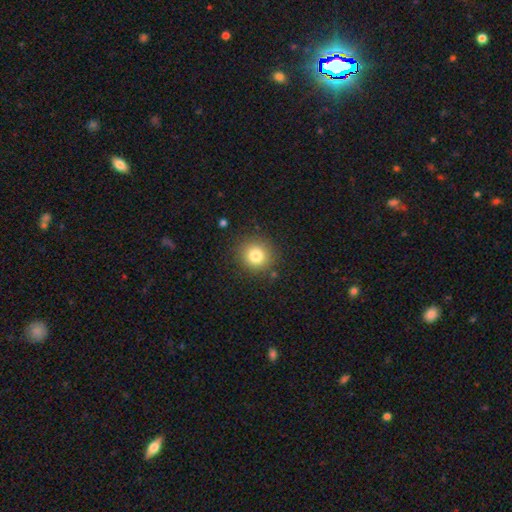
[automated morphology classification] Smooth or featured: smooth — 80% (star or artifact — 12%)
How rounded: round — 91% (in between — 8%)
Merging: none — 87% (minor disturbance — 8%)